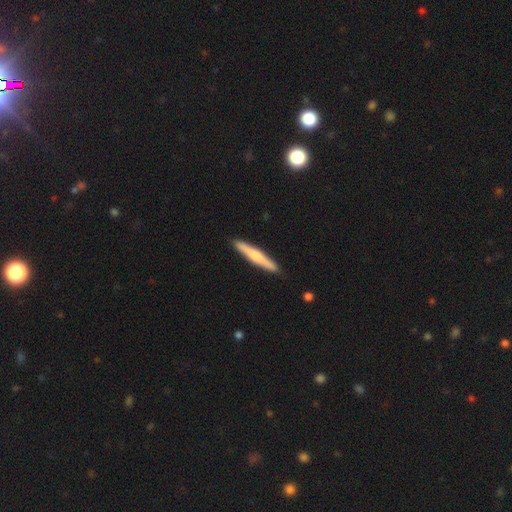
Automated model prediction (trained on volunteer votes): Smooth or featured: smooth — 54% (featured or disk — 41%)
How rounded: cigar-shaped — 95% (in between — 4%)
Merging: none — 91% (minor disturbance — 6%)